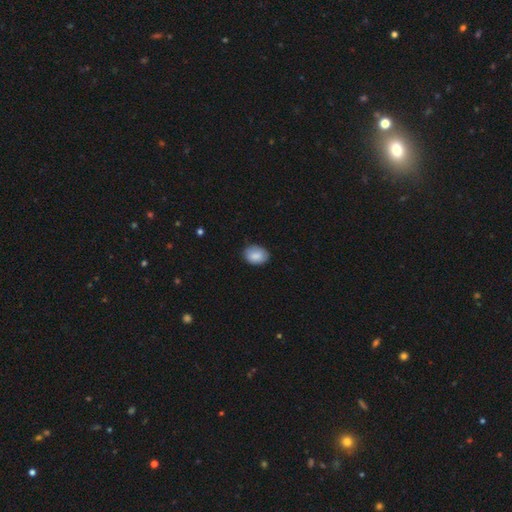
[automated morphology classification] A smooth galaxy with no disk features (87%) that is in between round and cigar-shaped (72%).

Vote fractions:
- Smooth or featured? smooth: 87% / star or artifact: 7% / featured or disk: 6%
- How rounded? in between: 72% / round: 27% / cigar-shaped: 1%
- Merging? none: 81% / minor disturbance: 16% / major disturbance: 2% / merger: 1%